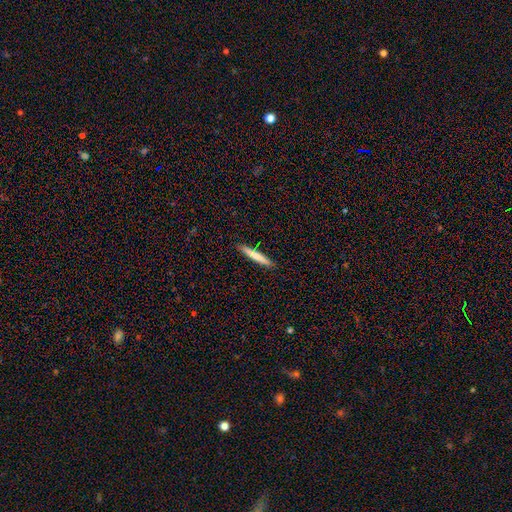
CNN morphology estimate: Q: Smooth or featured?
A: smooth (70%); runner-up: featured or disk (24%)
Q: How rounded?
A: cigar-shaped (96%); runner-up: in between (3%)
Q: Merging?
A: none (91%); runner-up: minor disturbance (6%)